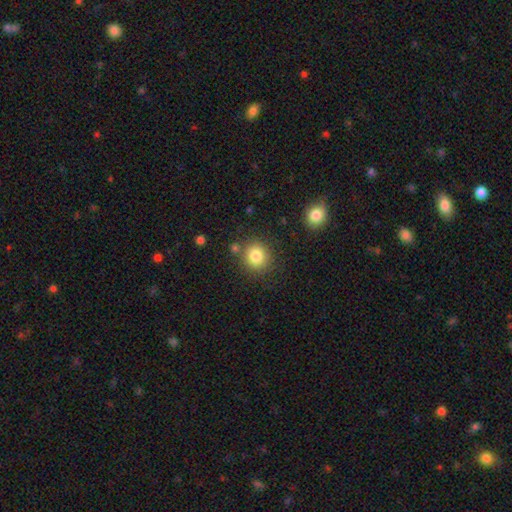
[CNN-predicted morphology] Smooth or featured?
  - smooth: 83% *
  - star or artifact: 11%
  - featured or disk: 6%
How rounded?
  - round: 88% *
  - in between: 11%
  - cigar-shaped: 1%
Merging?
  - none: 82% *
  - minor disturbance: 9%
  - merger: 5%
  - major disturbance: 3%